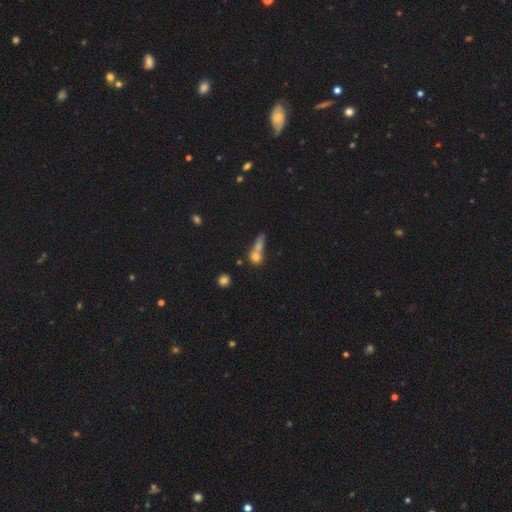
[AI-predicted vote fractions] Smooth or featured? smooth (65%)
How rounded? round (45%)
Merging? merger (52%)